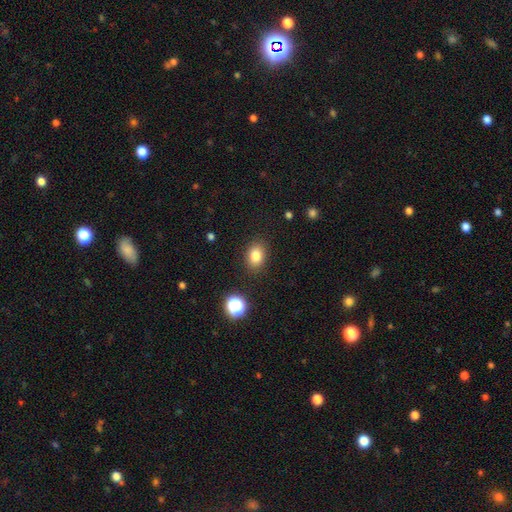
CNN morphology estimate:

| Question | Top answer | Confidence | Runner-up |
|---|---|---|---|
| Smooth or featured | smooth | 81% | star or artifact (12%) |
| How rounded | in between | 67% | round (32%) |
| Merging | none | 86% | minor disturbance (9%) |